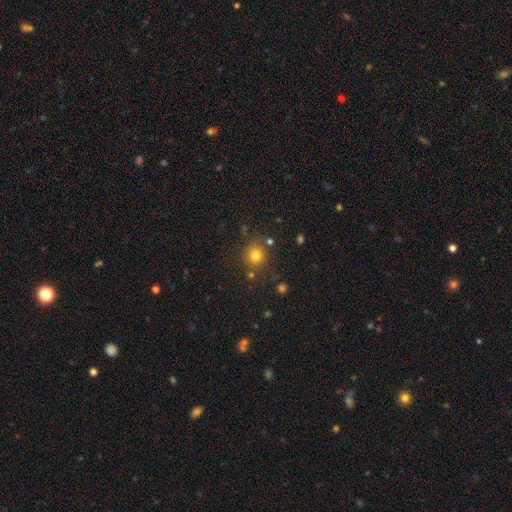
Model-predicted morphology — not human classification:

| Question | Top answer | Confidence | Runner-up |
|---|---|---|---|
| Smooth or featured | smooth | 78% | star or artifact (16%) |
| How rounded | round | 88% | in between (11%) |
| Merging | none | 80% | minor disturbance (10%) |